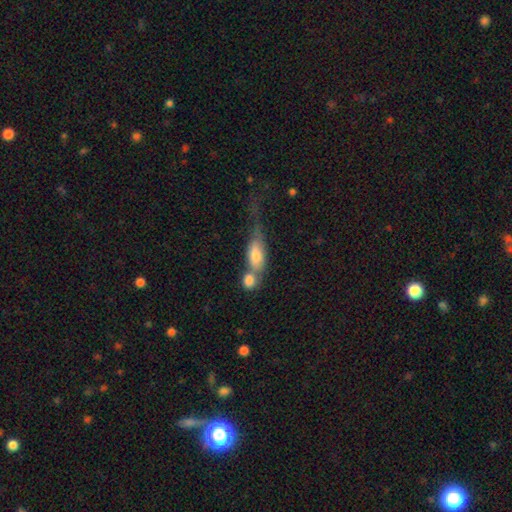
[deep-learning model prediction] A smooth galaxy with no disk features (64%) that is in between round and cigar-shaped (65%).

Vote fractions:
- Smooth or featured? smooth: 64% / featured or disk: 28% / star or artifact: 8%
- How rounded? in between: 65% / cigar-shaped: 26% / round: 9%
- Merging? merger: 62% / none: 17% / major disturbance: 11% / minor disturbance: 10%